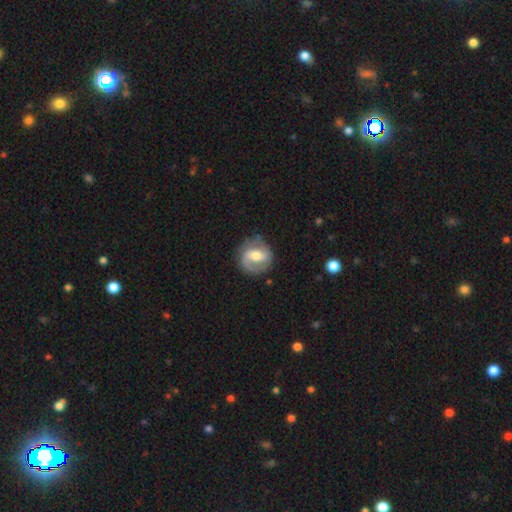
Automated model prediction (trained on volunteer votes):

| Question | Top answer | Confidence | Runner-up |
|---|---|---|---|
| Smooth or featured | featured or disk | 68% | smooth (26%) |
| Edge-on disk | no | 97% | yes (3%) |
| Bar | weak | 49% | strong (29%) |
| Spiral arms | yes | 84% | no (16%) |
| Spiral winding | medium | 44% | tight (32%) |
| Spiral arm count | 2 | 74% | 1 (16%) |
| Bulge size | moderate | 63% | small (22%) |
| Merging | none | 77% | minor disturbance (15%) |